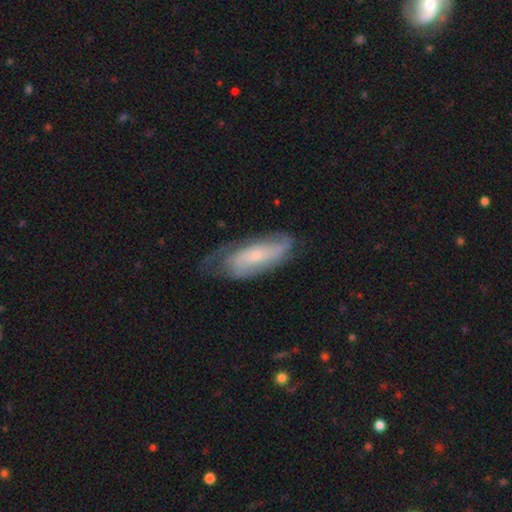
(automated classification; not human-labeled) Overall: featured or disk (64%; smooth 30%). Edge-on disk: no (87%). Bar: no (65%; weak 26%). Spiral arms: yes (83%). Bulge size: small (73%). Merging: none (53%; minor disturbance 29%).